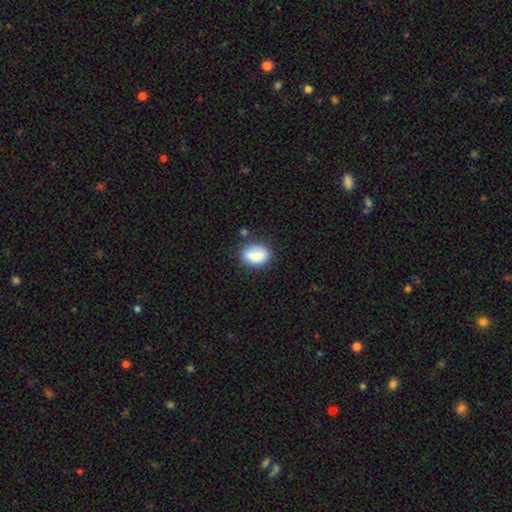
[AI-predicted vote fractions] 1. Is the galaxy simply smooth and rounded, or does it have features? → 86% smooth, 8% star or artifact, 7% featured or disk.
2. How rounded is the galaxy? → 74% in between, 25% round, 1% cigar-shaped.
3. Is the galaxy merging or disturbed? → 73% none, 18% minor disturbance, 5% merger, 4% major disturbance.